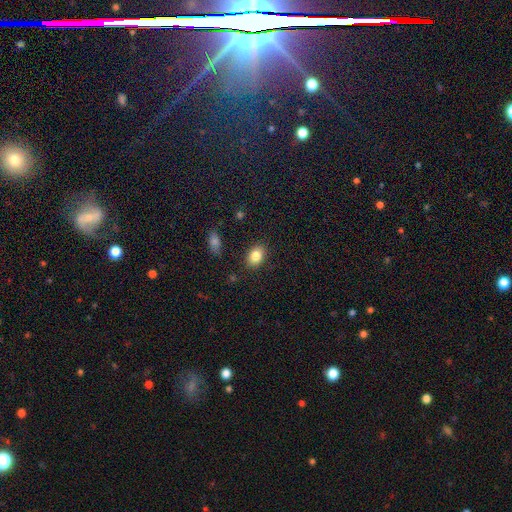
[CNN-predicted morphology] A smooth galaxy with no disk features (84%) that is in between round and cigar-shaped (80%). Merging: none (87%).